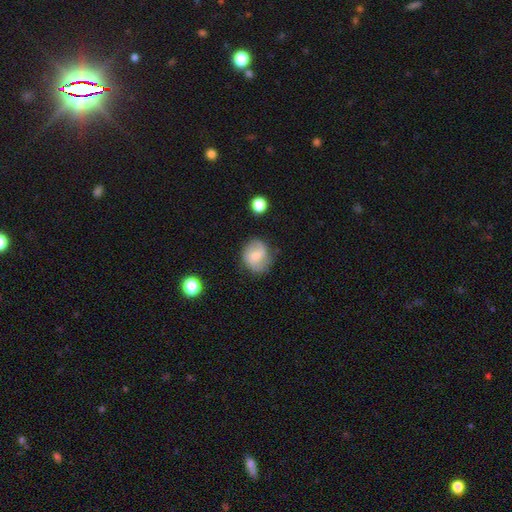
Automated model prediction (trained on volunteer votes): This appears to be a featured or disk galaxy (52%) with no bar (54%), spiral arms (87%) and a small central bulge (52%). Merging: none (70%).